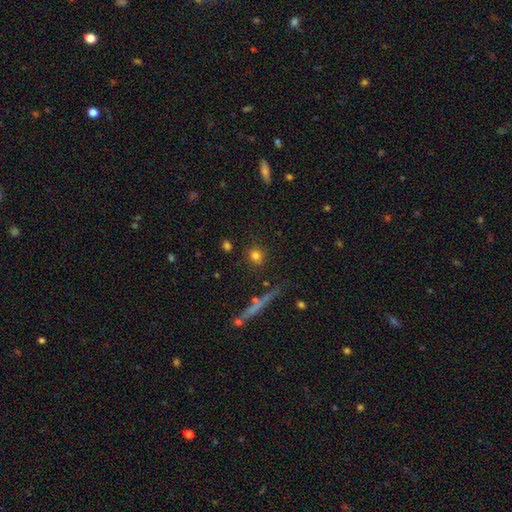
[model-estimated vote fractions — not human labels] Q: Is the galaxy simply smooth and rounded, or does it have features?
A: smooth — 78%.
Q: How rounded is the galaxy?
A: round — 78%.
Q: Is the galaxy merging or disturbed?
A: none — 84%.